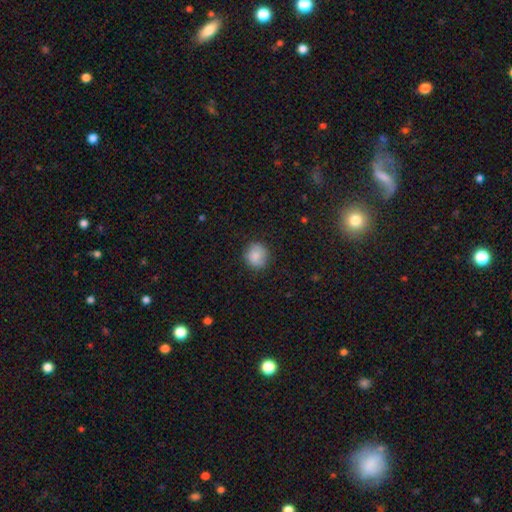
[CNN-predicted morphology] type=smooth (84%); roundness=round (86%); merging=none (83%).